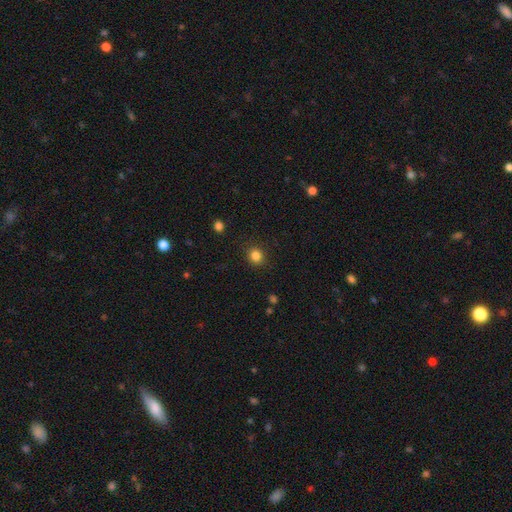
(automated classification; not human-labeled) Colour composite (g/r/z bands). It shows a smooth galaxy with no disk features (84%) that is round (81%). Merging: none (89%).